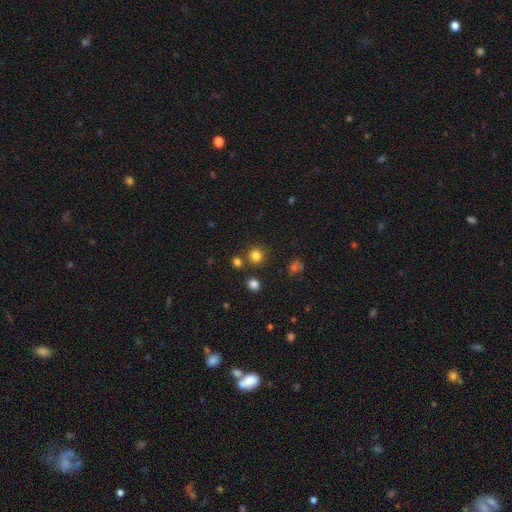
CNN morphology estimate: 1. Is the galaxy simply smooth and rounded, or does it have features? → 80% smooth, 16% star or artifact, 5% featured or disk.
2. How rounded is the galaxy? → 91% round, 8% in between, 1% cigar-shaped.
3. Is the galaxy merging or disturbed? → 81% none, 9% merger, 7% minor disturbance, 3% major disturbance.